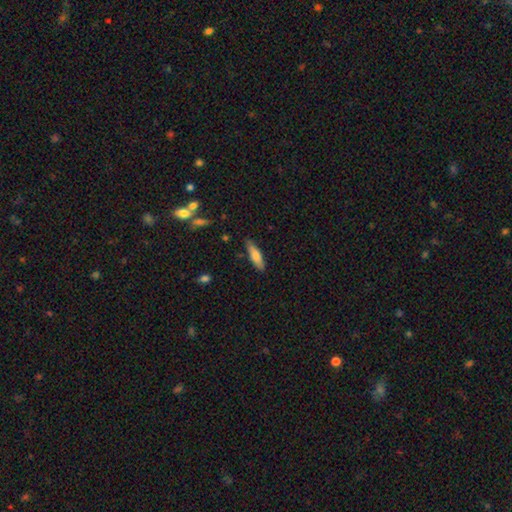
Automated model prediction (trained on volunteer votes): Overall: smooth (73%). How rounded: cigar-shaped (64%; in between 34%). Merging: none (84%).